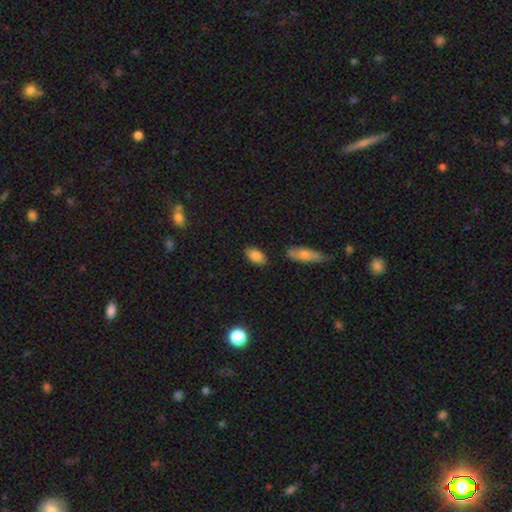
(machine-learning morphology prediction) Smooth or featured? Predicted: smooth (p=0.85). How rounded? Predicted: in between (p=0.91). Merging? Predicted: none (p=0.83).